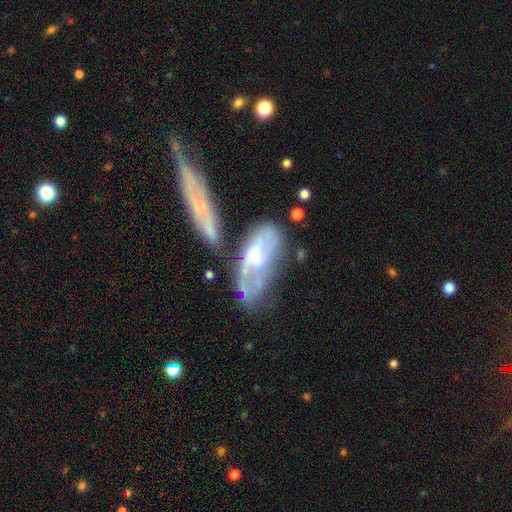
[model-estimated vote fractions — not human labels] smooth_or_featured: featured or disk (p=0.64) [alt: smooth p=0.29]
disk_edge_on: no (p=0.86) [alt: yes p=0.14]
bar: no (p=0.57) [alt: weak p=0.34]
has_spiral_arms: yes (p=0.61) [alt: no p=0.39]
bulge_size: moderate (p=0.47) [alt: small p=0.30]
merging: none (p=0.33) [alt: merger p=0.26]